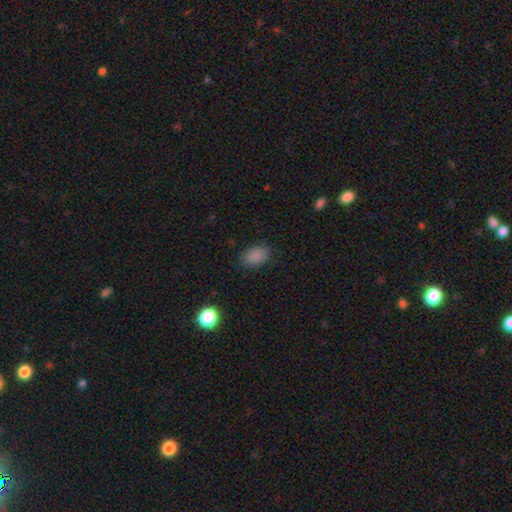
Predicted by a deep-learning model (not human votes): smooth-or-featured: smooth: 87% | star or artifact: 10% | featured or disk: 4%
  how-rounded: in between: 88% | round: 10% | cigar-shaped: 1%
  merging: none: 85% | minor disturbance: 11% | major disturbance: 3% | merger: 1%